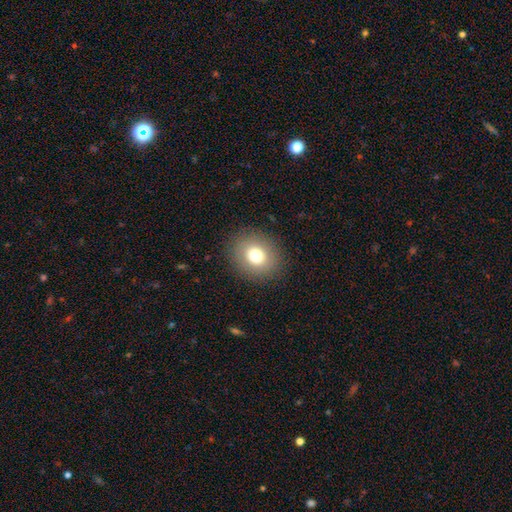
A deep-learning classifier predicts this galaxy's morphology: Overall: smooth (76%). How rounded: round (74%). Merging: none (89%).